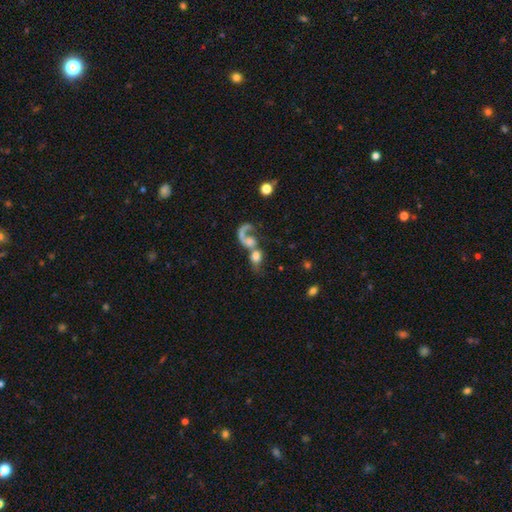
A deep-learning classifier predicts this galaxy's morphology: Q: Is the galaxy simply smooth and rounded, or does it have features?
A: smooth — 49%.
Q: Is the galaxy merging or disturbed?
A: merger — 65%.